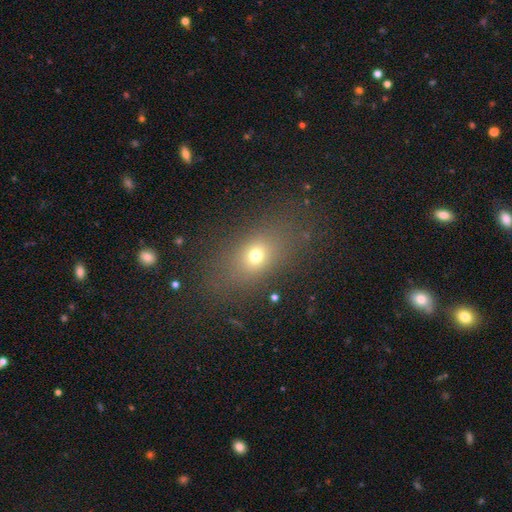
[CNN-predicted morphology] Smooth or featured: smooth — 68% (star or artifact — 19%)
How rounded: in between — 65% (round — 31%)
Merging: none — 75% (minor disturbance — 13%)